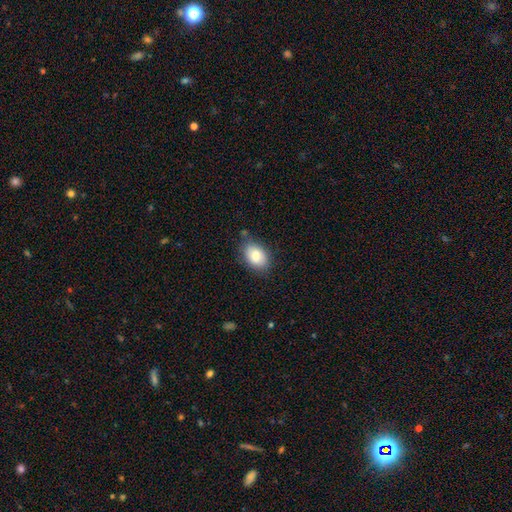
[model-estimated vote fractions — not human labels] A smooth galaxy with no disk features (80%) that is in between round and cigar-shaped (83%).

Vote fractions:
- Smooth or featured? smooth: 80% / featured or disk: 12% / star or artifact: 8%
- How rounded? in between: 83% / round: 16% / cigar-shaped: 1%
- Merging? none: 77% / minor disturbance: 17% / major disturbance: 4% / merger: 3%